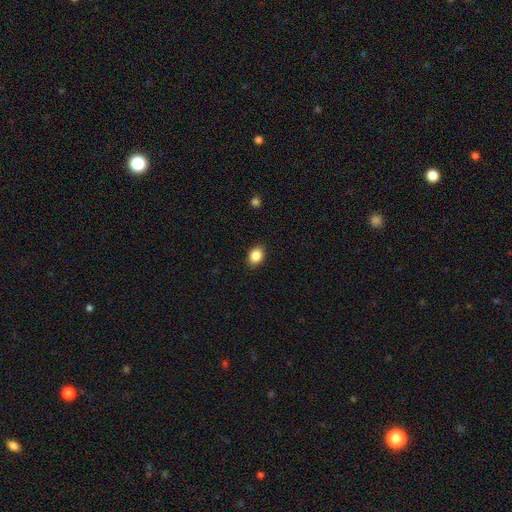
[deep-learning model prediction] This is clearly a smooth galaxy (86%). How rounded: likely in between (67%). Merging: clearly none (88%).